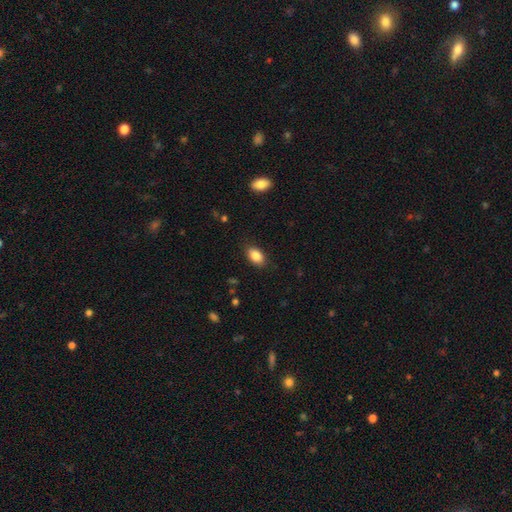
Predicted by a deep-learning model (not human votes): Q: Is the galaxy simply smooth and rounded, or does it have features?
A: smooth — 87%.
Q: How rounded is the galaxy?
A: in between — 90%.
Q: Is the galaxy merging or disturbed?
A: none — 85%.